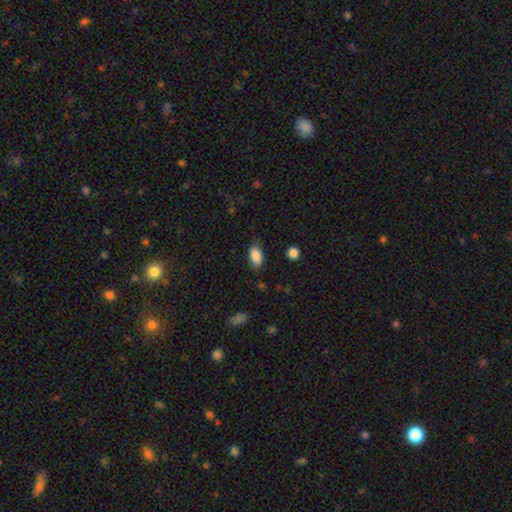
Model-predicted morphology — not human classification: Smooth or featured? smooth (87%)
How rounded? in between (92%)
Merging? none (77%)